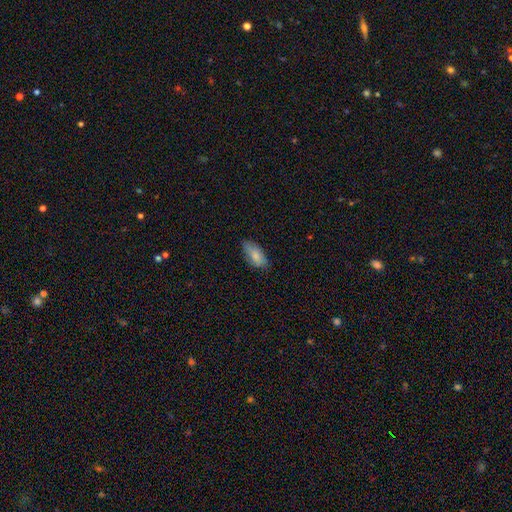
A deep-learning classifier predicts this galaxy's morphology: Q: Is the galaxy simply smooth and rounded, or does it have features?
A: smooth — 82%.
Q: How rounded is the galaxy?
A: in between — 90%.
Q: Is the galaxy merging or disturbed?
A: none — 76%.